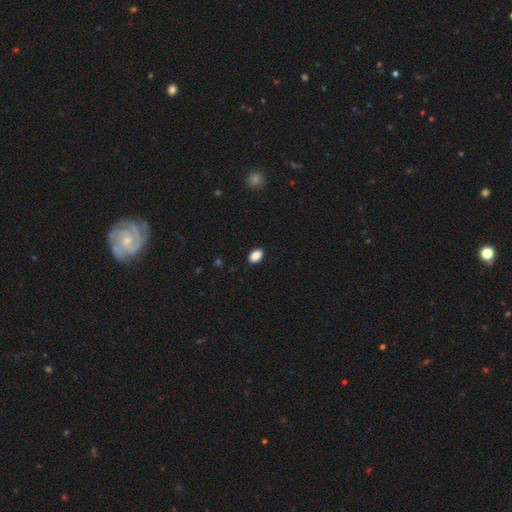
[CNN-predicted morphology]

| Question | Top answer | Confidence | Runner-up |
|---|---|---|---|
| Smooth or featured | smooth | 89% | star or artifact (8%) |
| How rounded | in between | 90% | round (8%) |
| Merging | none | 89% | minor disturbance (8%) |